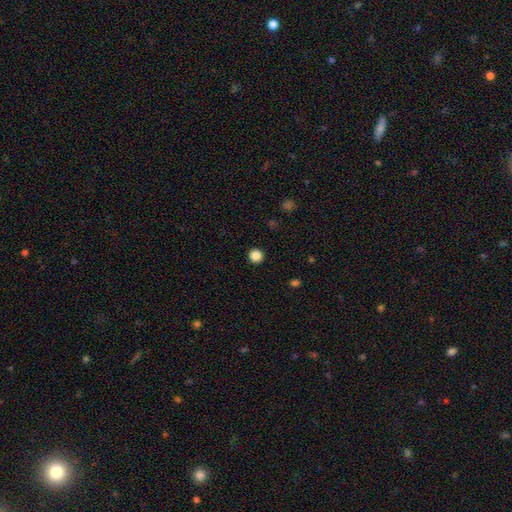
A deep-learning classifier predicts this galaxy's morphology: type=smooth (86%); roundness=round (95%); merging=none (93%).